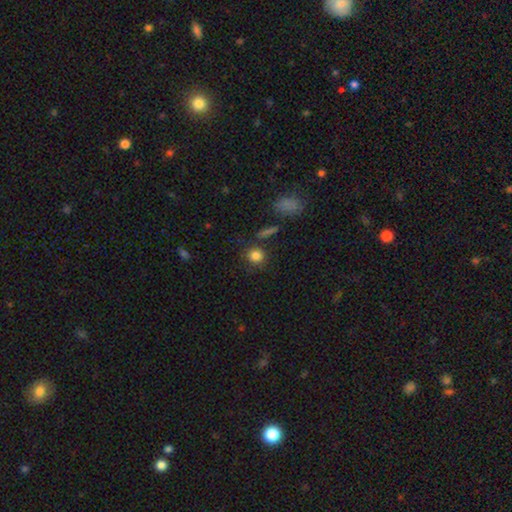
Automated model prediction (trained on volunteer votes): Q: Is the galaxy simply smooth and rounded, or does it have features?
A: smooth — 84%.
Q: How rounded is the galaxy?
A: round — 87%.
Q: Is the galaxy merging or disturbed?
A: none — 79%.